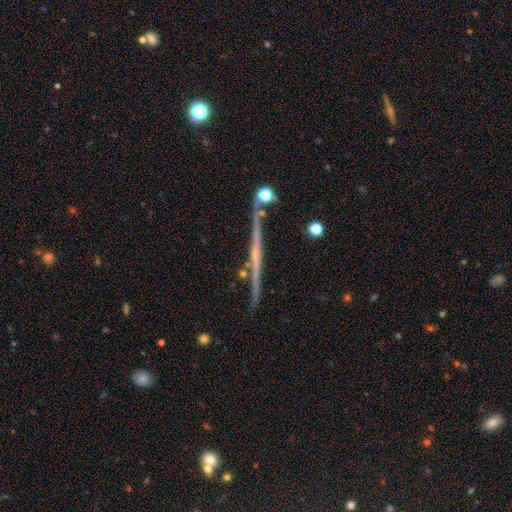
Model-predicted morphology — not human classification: Overall: featured or disk (78%). Edge-on disk: yes (97%). Edge-on bulge: none (59%; rounded 33%). Merging: none (84%).